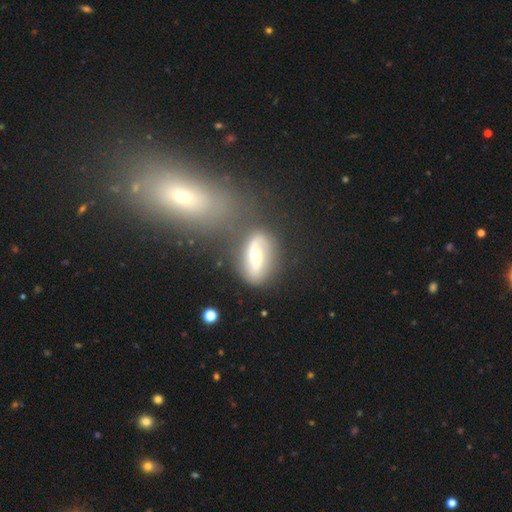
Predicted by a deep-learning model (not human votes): A featured or disk galaxy (69%) with no bar (41%), 2 (87%) loose (56%) spiral arms (83%) and a moderate central bulge (51%).

Vote fractions:
- Smooth or featured? featured or disk: 69% / smooth: 24% / star or artifact: 7%
- Edge-on disk? no: 93% / yes: 7%
- Bar? no: 41% / weak: 32% / strong: 27%
- Spiral arms? yes: 83% / no: 17%
- Spiral winding? loose: 56% / medium: 30% / tight: 14%
- Spiral arm count? 2: 87% / can't tell: 6% / 1: 4% / 3: 1% / 4: 1% / more than 4: 1%
- Bulge size? moderate: 51% / small: 43% / large: 4% / none: 1% / dominant: 1%
- Merging? none: 67% / minor disturbance: 16% / merger: 9% / major disturbance: 8%